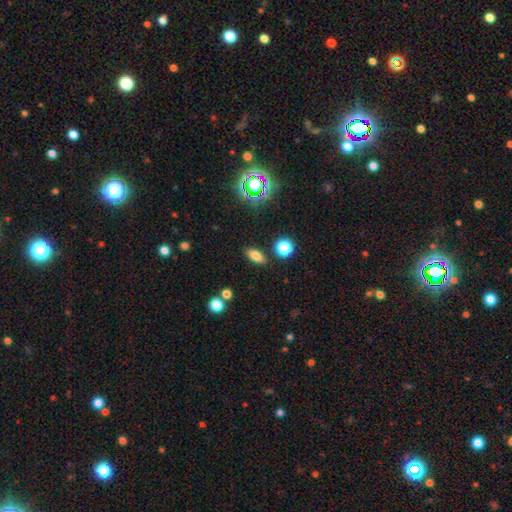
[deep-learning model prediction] Smooth or featured? smooth (76%)
How rounded? in between (81%)
Merging? none (85%)